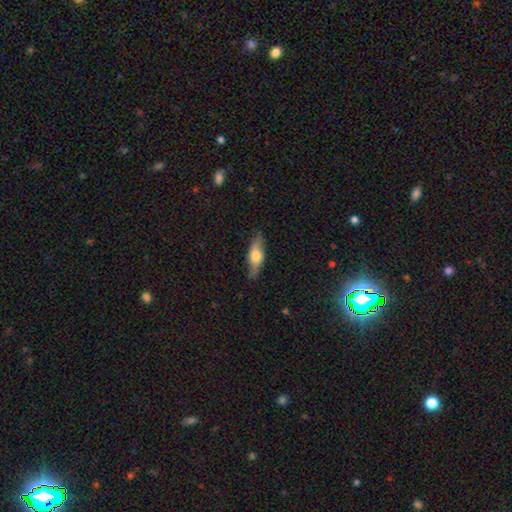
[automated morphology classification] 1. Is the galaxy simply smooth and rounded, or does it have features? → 56% smooth, 38% featured or disk, 6% star or artifact.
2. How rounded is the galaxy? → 59% in between, 38% cigar-shaped, 3% round.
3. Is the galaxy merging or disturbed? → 81% none, 15% minor disturbance, 3% major disturbance, 1% merger.